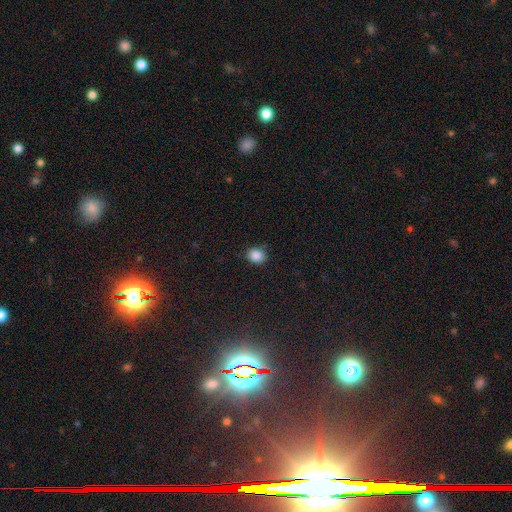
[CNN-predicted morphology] type=smooth (87%); roundness=round (62%); merging=none (84%).